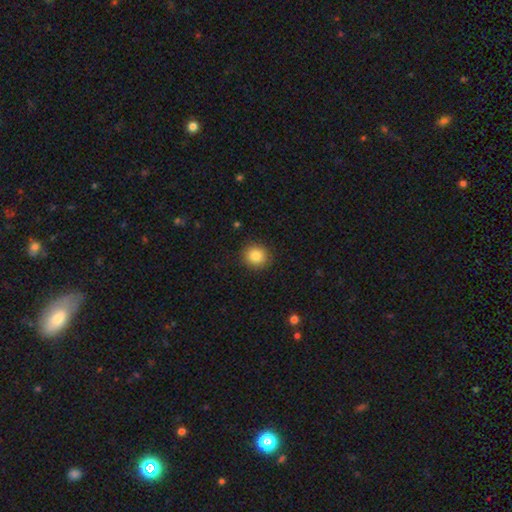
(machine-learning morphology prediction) The model was most divided on "how rounded": round: 87%, in between: 12%, cigar-shaped: 1%. More confident: merging — none (89%); smooth or featured — smooth (86%).